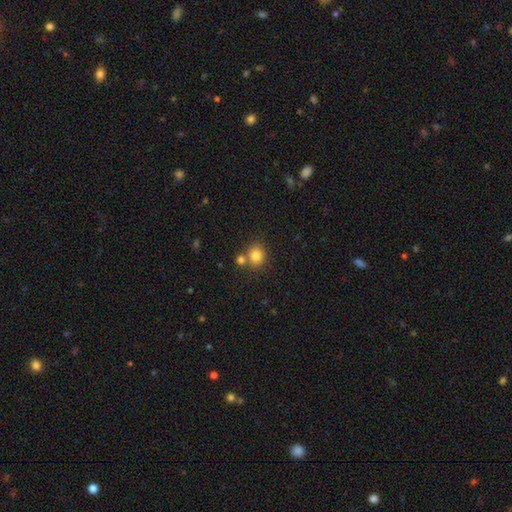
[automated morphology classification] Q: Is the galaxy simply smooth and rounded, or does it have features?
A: smooth — 81%.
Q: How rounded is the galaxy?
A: round — 81%.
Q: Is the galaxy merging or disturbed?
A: none — 66%.